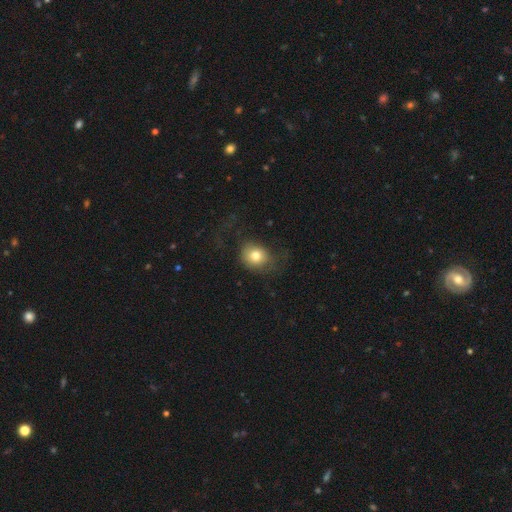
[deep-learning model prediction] Smooth or featured: smooth — 75% (featured or disk — 14%)
How rounded: round — 72% (in between — 28%)
Merging: none — 52% (major disturbance — 26%)